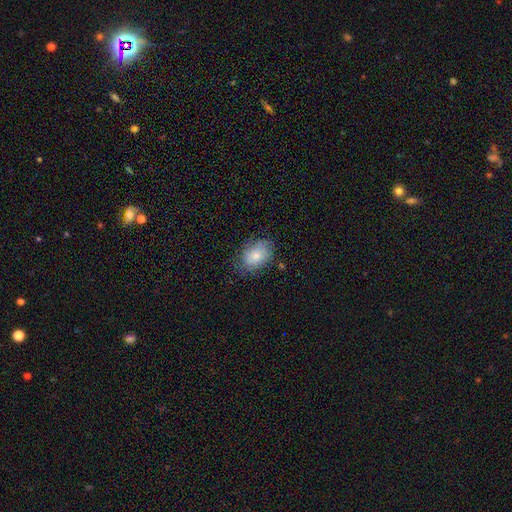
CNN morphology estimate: A smooth galaxy with no disk features (77%) that is in between round and cigar-shaped (79%). Merging: none (67%).